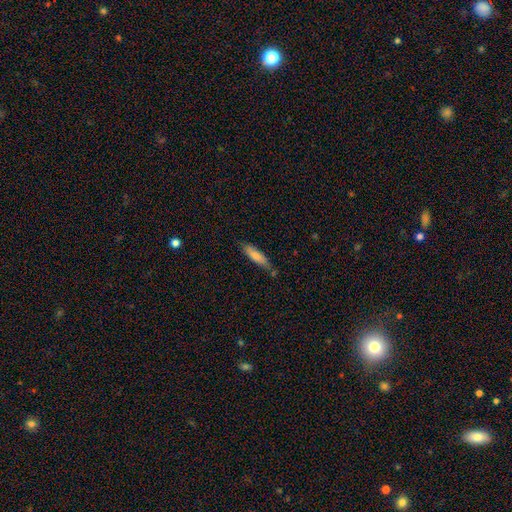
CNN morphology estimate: The model was most divided on "how rounded": cigar-shaped: 67%, in between: 31%, round: 1%. More confident: smooth or featured — smooth (80%); merging — none (69%).